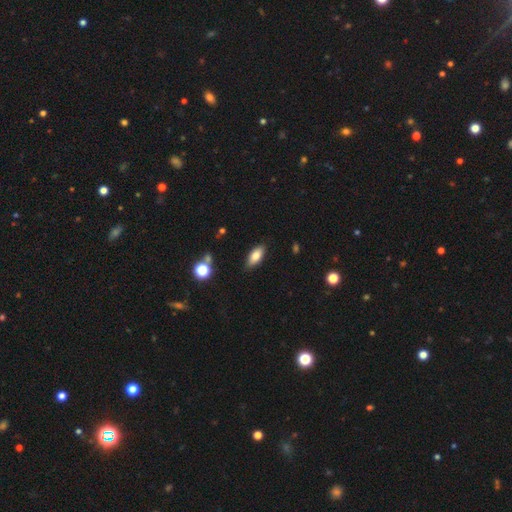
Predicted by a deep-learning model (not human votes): Smooth or featured? Predicted: smooth (p=0.78). How rounded? Predicted: in between (p=0.83). Merging? Predicted: none (p=0.85).